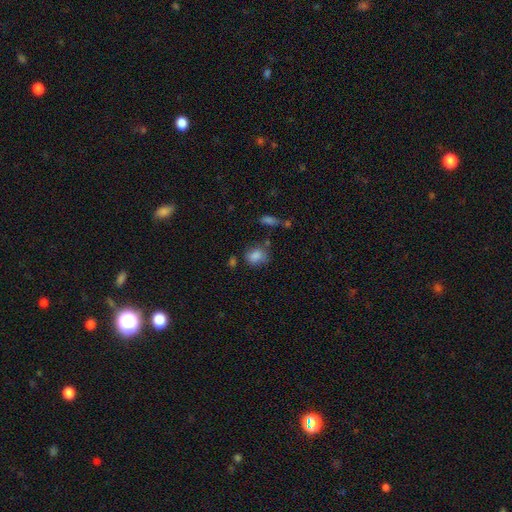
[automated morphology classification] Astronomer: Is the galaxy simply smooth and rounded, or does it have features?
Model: smooth — 83%.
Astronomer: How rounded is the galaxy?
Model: round — 51% (runner-up: in between, 48%).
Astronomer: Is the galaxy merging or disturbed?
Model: none — 60%.